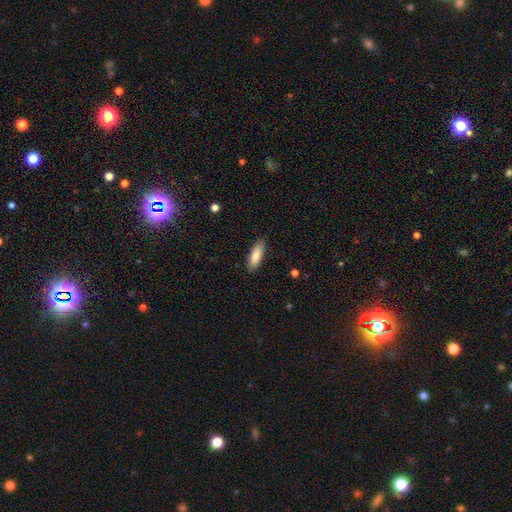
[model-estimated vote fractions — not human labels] Overall: smooth (86%). How rounded: in between (64%; cigar-shaped 35%). Merging: none (88%).